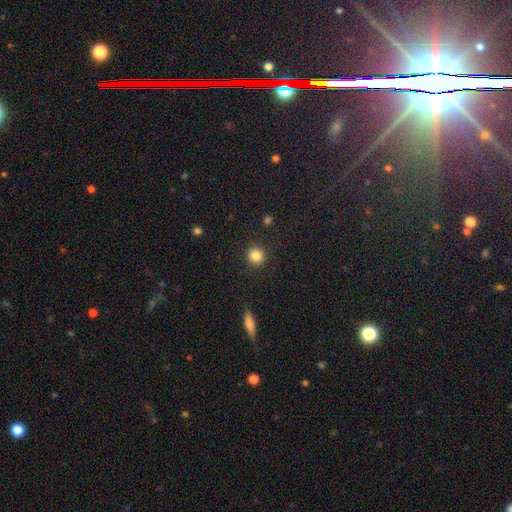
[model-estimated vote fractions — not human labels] Smooth or featured?
  - smooth: 85% *
  - star or artifact: 11%
  - featured or disk: 5%
How rounded?
  - round: 92% *
  - in between: 7%
  - cigar-shaped: 1%
Merging?
  - none: 91% *
  - minor disturbance: 6%
  - major disturbance: 2%
  - merger: 1%